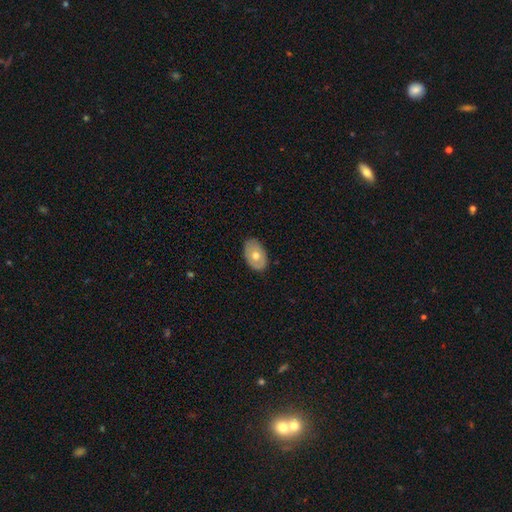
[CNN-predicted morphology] smooth_or_featured: smooth (p=0.58) [alt: featured or disk p=0.36]
how_rounded: in between (p=0.86) [alt: round p=0.13]
merging: none (p=0.82) [alt: minor disturbance p=0.15]